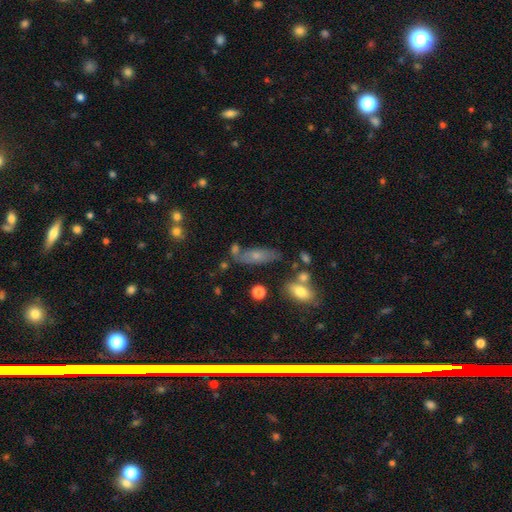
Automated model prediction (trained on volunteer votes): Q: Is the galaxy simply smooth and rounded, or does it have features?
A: smooth — 58%.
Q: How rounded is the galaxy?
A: in between — 64%.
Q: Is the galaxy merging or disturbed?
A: none — 57%.